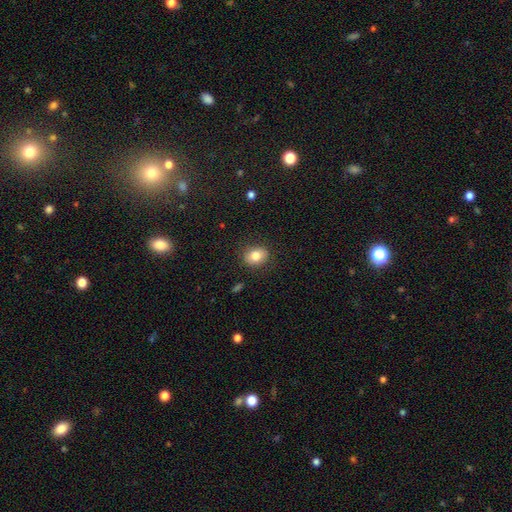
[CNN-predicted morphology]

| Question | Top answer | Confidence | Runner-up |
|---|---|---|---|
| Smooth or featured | smooth | 80% | featured or disk (10%) |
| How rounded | in between | 50% | round (49%) |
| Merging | none | 86% | minor disturbance (10%) |